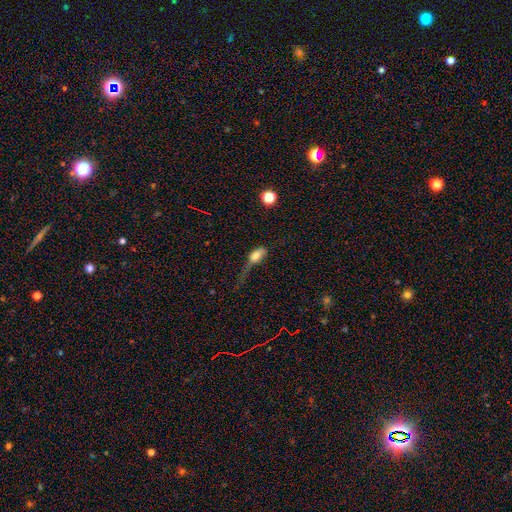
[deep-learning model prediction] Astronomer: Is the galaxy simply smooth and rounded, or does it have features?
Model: smooth — 68%.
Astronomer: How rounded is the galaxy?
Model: in between — 76%.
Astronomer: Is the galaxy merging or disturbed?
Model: major disturbance — 55%.